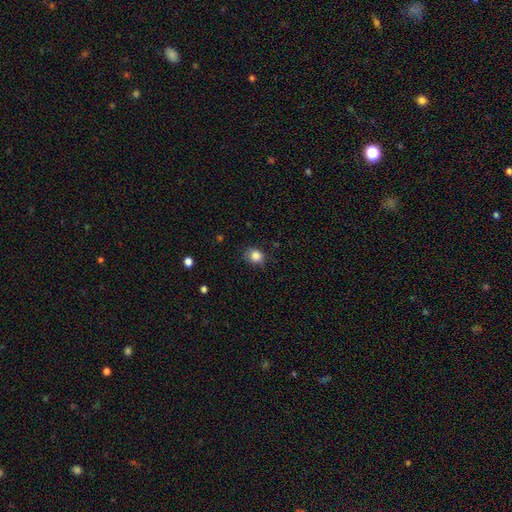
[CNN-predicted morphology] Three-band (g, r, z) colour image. It shows a smooth galaxy with no disk features (85%) that is round (65%). Merging: none (76%).